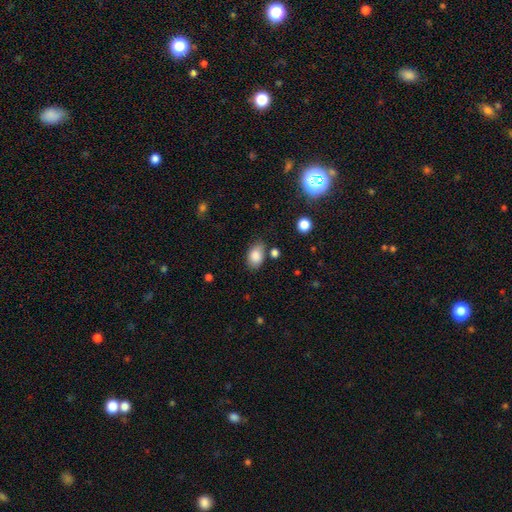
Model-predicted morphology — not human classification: A smooth galaxy with no disk features (85%) that is in between round and cigar-shaped (87%). Merging: none (69%).